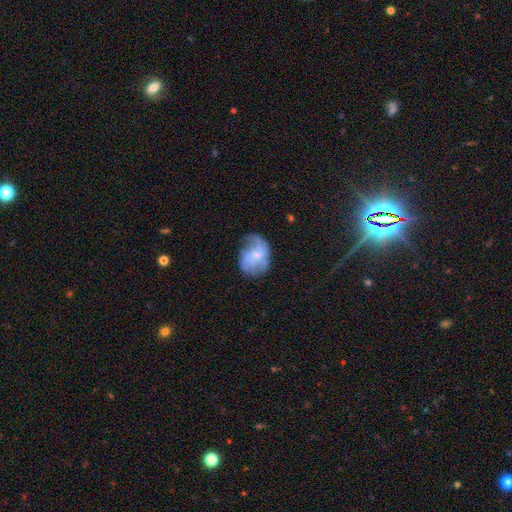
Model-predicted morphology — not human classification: Overall: featured or disk (62%; smooth 30%). Edge-on disk: no (98%). Bar: no (62%; weak 33%). Spiral arms: yes (79%). Bulge size: small (62%; moderate 23%). Merging: none (44%; minor disturbance 29%).